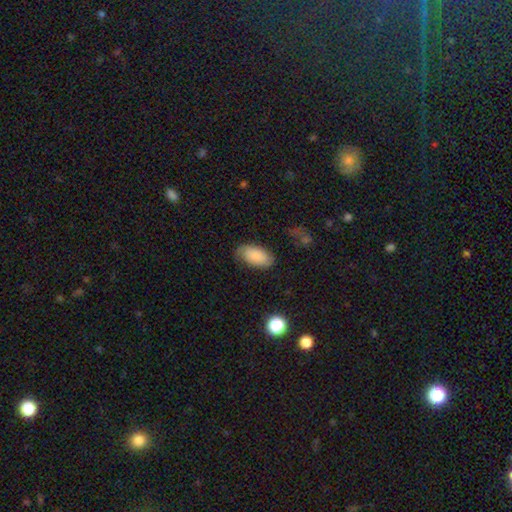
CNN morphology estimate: Smooth or featured? smooth (82%)
How rounded? in between (94%)
Merging? none (71%)